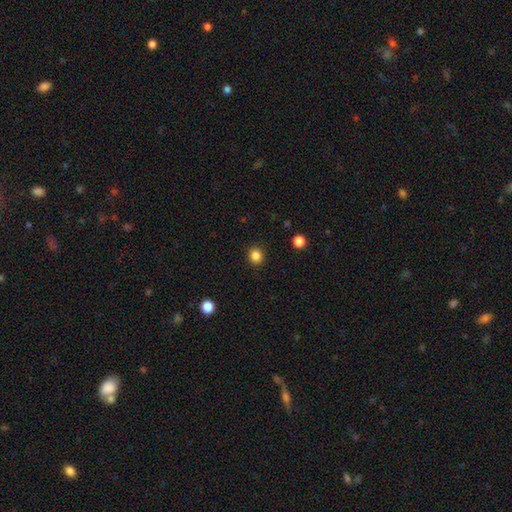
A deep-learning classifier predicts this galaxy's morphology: This is clearly a smooth galaxy (85%). How rounded: clearly round (81%). Merging: clearly none (91%).